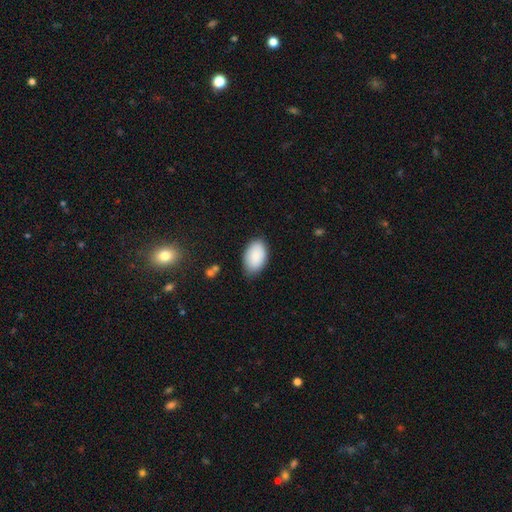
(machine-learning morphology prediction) Smooth or featured: smooth — 87% (star or artifact — 6%)
How rounded: in between — 93% (round — 6%)
Merging: none — 79% (minor disturbance — 17%)